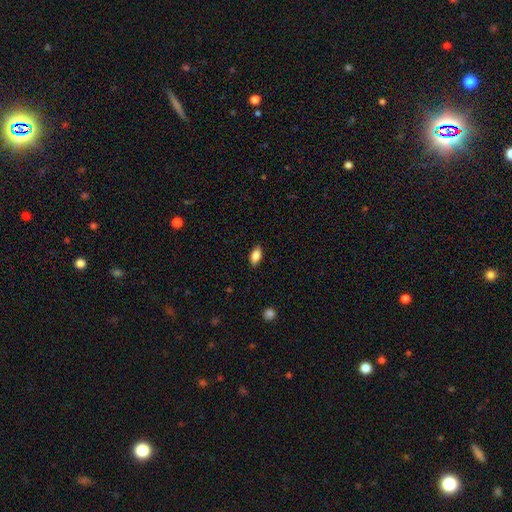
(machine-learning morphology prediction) Smooth or featured? smooth (86%)
How rounded? in between (91%)
Merging? none (88%)